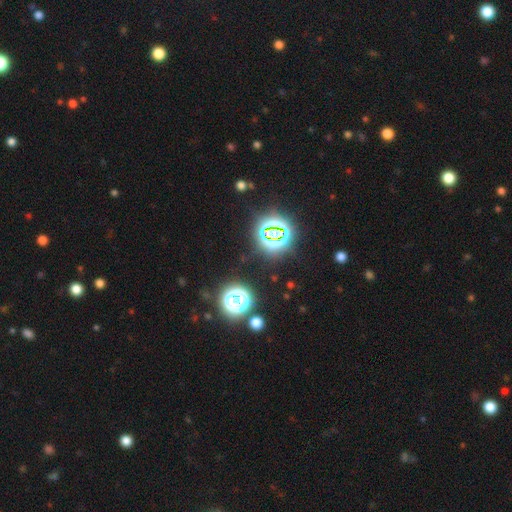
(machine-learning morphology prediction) A star or artifact, not a galaxy (81%).

Vote fractions:
- Smooth or featured? star or artifact: 81% / smooth: 12% / featured or disk: 7%